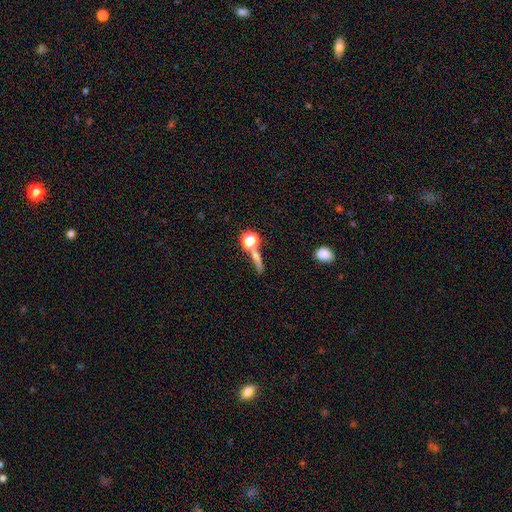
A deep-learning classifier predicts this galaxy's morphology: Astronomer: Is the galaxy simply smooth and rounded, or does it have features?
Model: smooth — 48% (runner-up: star or artifact, 28%).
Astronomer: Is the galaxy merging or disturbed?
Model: none — 60%.